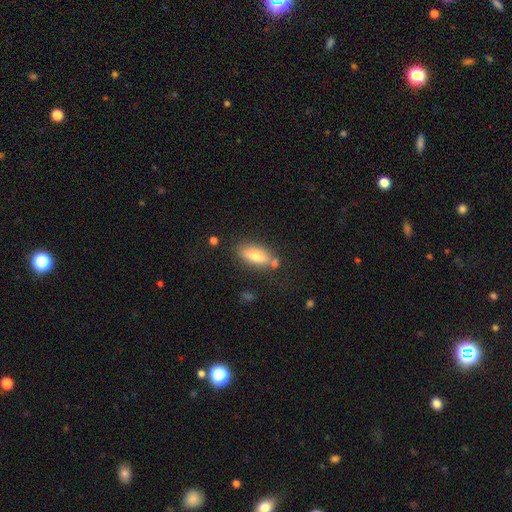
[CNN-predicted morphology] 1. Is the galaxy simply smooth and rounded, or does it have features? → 72% smooth, 20% featured or disk, 8% star or artifact.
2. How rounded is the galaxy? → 81% in between, 16% cigar-shaped, 3% round.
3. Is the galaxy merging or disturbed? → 72% none, 15% minor disturbance, 9% merger, 4% major disturbance.